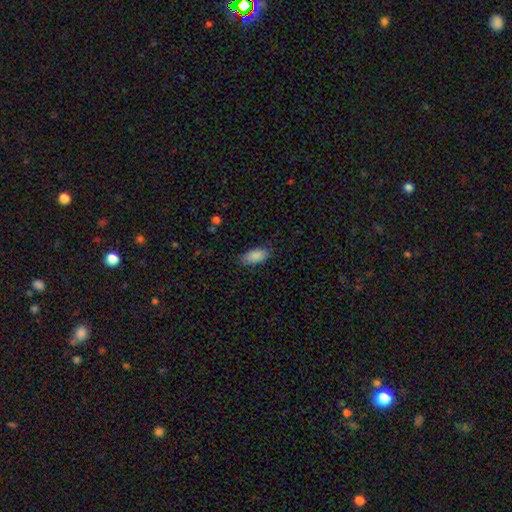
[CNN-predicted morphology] type=smooth (88%); roundness=in between (91%); merging=none (79%).